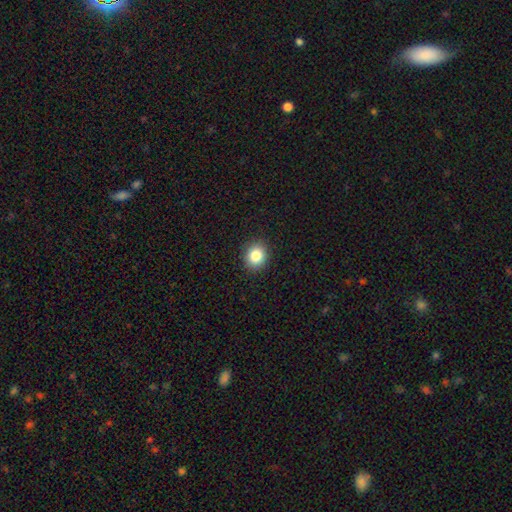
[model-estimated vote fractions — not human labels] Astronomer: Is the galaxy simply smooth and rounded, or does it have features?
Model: smooth — 85%.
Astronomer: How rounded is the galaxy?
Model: round — 74%.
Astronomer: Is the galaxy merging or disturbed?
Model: none — 91%.